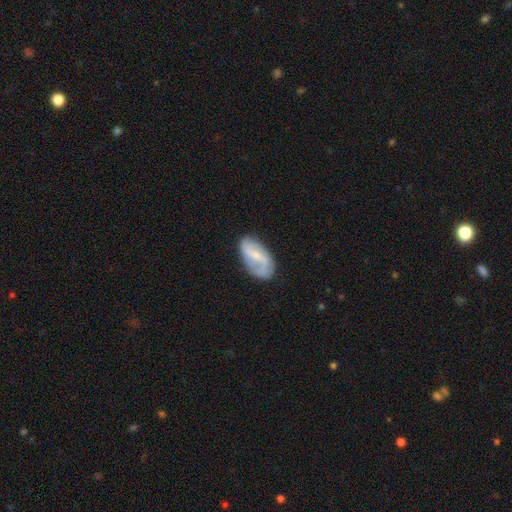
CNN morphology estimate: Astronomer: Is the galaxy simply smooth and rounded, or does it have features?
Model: featured or disk — 62%.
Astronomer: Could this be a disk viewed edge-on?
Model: no — 95%.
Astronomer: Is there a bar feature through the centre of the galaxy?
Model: weak — 46% (runner-up: no, 29%).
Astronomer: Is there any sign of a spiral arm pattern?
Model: yes — 79%.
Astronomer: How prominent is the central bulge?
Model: small — 63%.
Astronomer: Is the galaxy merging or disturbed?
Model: none — 67%.